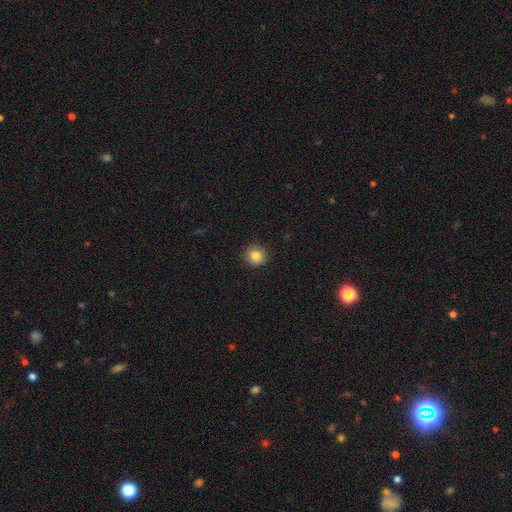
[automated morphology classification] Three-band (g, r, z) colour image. It shows a smooth galaxy with no disk features (84%) that is round (94%). Merging: none (92%).